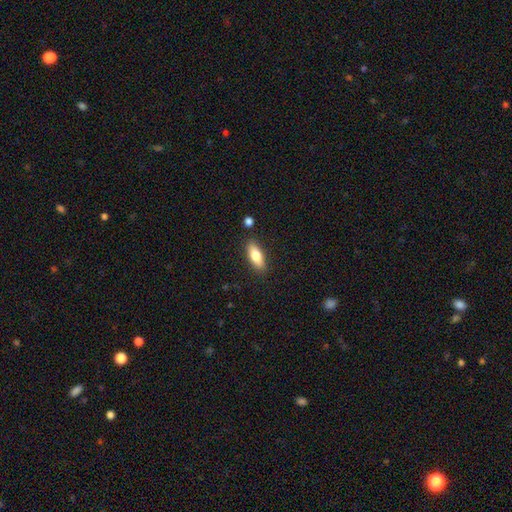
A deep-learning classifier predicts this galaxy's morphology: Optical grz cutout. It shows a smooth galaxy with no disk features (75%) that is in between round and cigar-shaped (69%). Merging: none (86%).